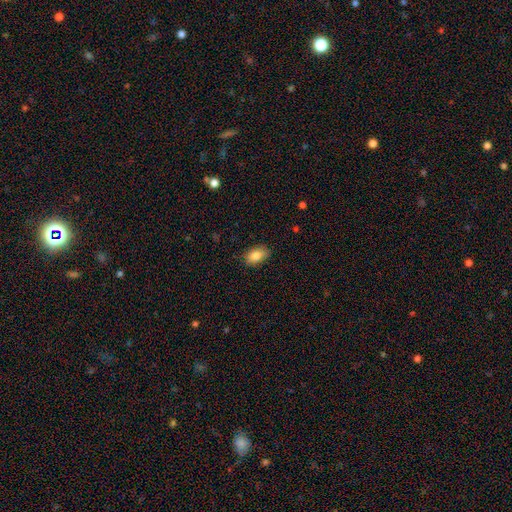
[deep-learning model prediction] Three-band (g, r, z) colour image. It shows a smooth galaxy with no disk features (85%) that is in between round and cigar-shaped (91%). Merging: none (83%).